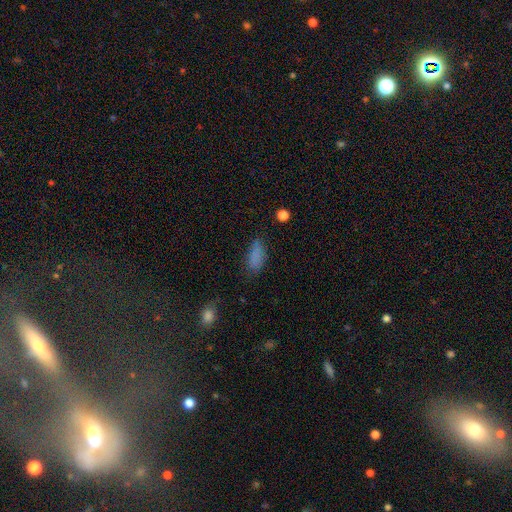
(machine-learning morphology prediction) smooth_or_featured: smooth (p=0.81) [alt: star or artifact p=0.11]
how_rounded: in between (p=0.80) [alt: cigar-shaped p=0.16]
merging: none (p=0.68) [alt: minor disturbance p=0.22]